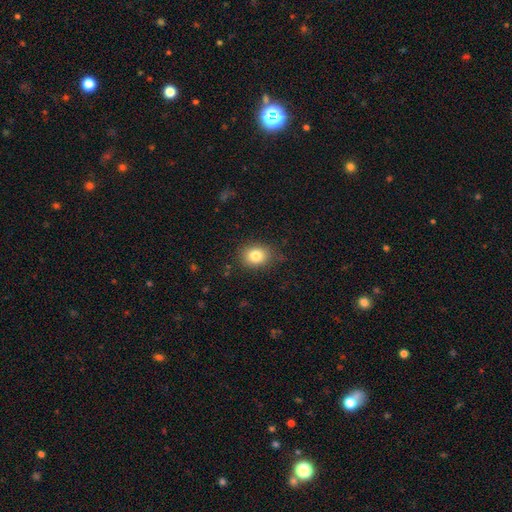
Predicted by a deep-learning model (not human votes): Smooth or featured: smooth — 82% (star or artifact — 10%)
How rounded: round — 51% (in between — 48%)
Merging: none — 81% (minor disturbance — 14%)